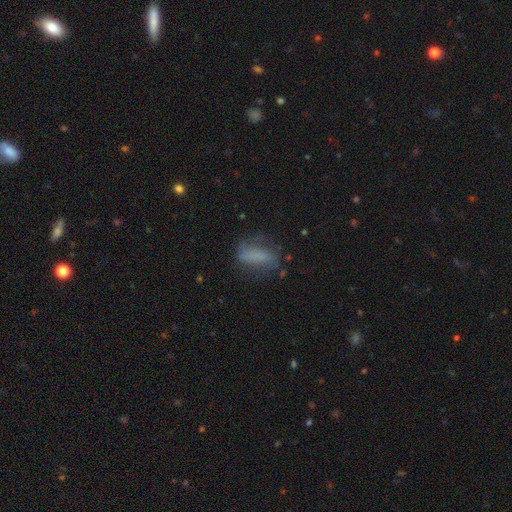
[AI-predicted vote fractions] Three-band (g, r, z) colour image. It shows a smooth galaxy with no disk features (57%) that is in between round and cigar-shaped (64%). Merging: none (56%).